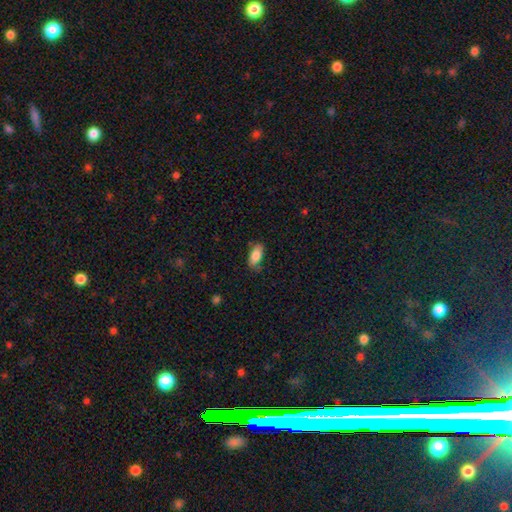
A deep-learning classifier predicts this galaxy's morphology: Smooth or featured? Predicted: smooth (p=0.85). How rounded? Predicted: in between (p=0.88). Merging? Predicted: none (p=0.77).